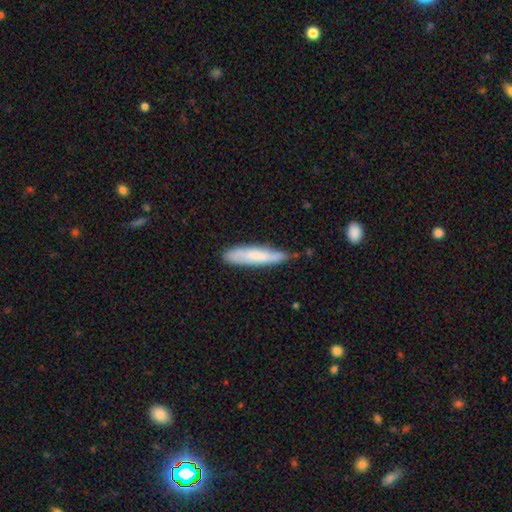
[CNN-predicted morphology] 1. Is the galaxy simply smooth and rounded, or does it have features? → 73% smooth, 21% featured or disk, 6% star or artifact.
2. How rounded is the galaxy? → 83% cigar-shaped, 16% in between, 1% round.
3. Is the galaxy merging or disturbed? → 65% none, 28% minor disturbance, 4% major disturbance, 3% merger.